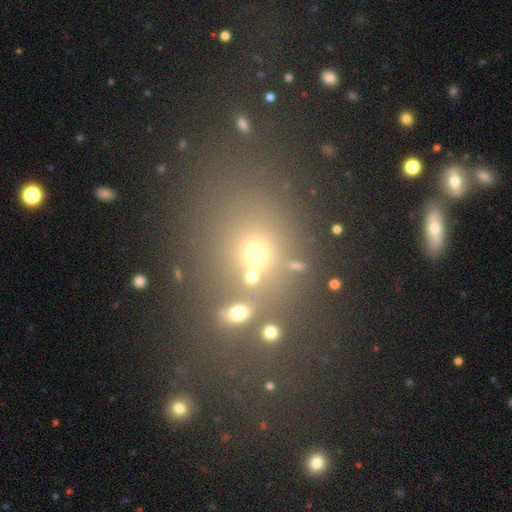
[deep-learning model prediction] This appears to be a smooth galaxy with no disk features (51%) that is round (53%). Merging: none (57%).